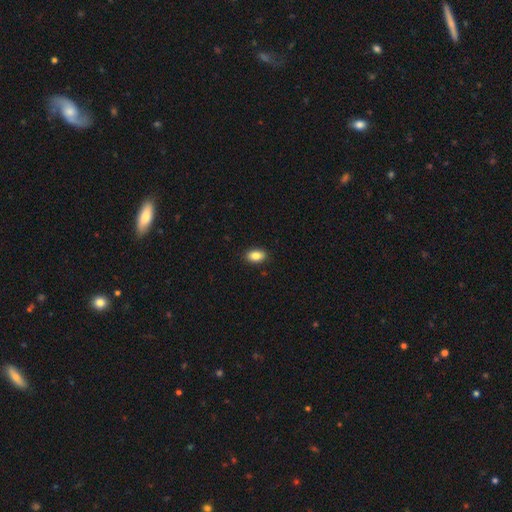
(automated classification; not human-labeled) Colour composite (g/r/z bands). It shows a smooth galaxy with no disk features (86%) that is in between round and cigar-shaped (88%). Merging: none (90%).